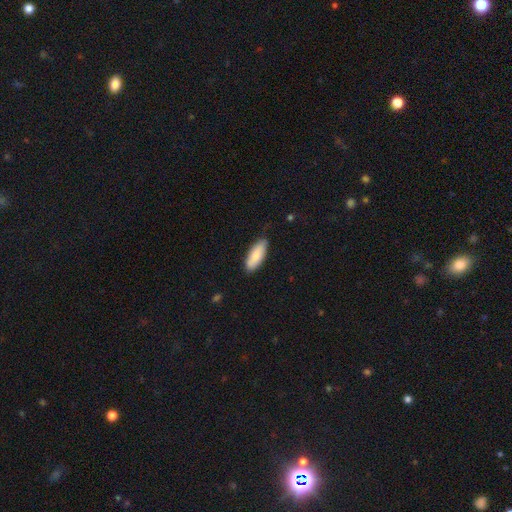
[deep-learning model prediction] A smooth galaxy with no disk features (85%) that is in between round and cigar-shaped (76%).

Vote fractions:
- Smooth or featured? smooth: 85% / featured or disk: 9% / star or artifact: 5%
- How rounded? in between: 76% / cigar-shaped: 22% / round: 2%
- Merging? none: 82% / minor disturbance: 15% / major disturbance: 2% / merger: 1%